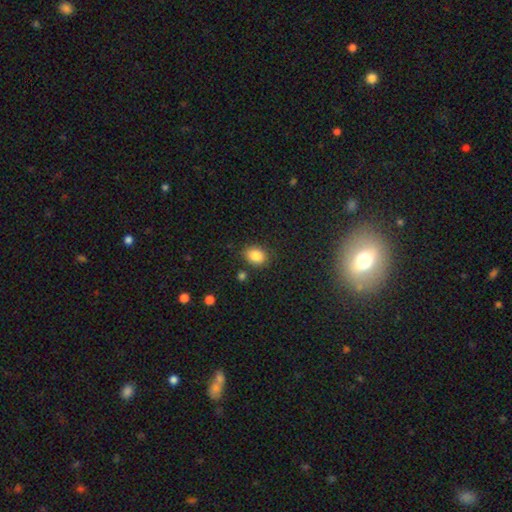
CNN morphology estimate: Smooth or featured: smooth — 85% (star or artifact — 10%)
How rounded: in between — 59% (round — 40%)
Merging: none — 81% (minor disturbance — 12%)